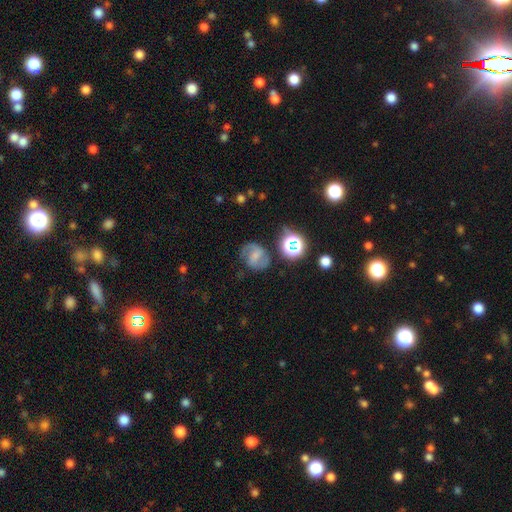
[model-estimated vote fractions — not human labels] smooth-or-featured: featured or disk: 60% | smooth: 26% | star or artifact: 14%
  disk-edge-on: no: 97% | yes: 3%
    bar: weak: 43% | strong: 39% | no: 18%
    has-spiral-arms: yes: 87% | no: 13%
      spiral-winding: medium: 51% | tight: 25% | loose: 24%
      spiral-arm-count: 2: 82% | can't tell: 9% | 1: 6% | 3: 1% | 4: 1% | more than 4: 1%
    bulge-size: small: 36% | none: 28% | moderate: 27% | large: 7% | dominant: 2%
  merging: none: 68% | minor disturbance: 19% | major disturbance: 10% | merger: 4%